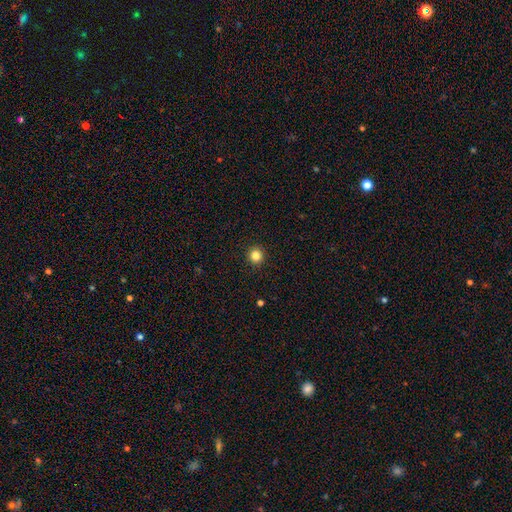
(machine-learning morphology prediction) smooth-or-featured: smooth: 84% | star or artifact: 11% | featured or disk: 4%
  how-rounded: round: 93% | in between: 6% | cigar-shaped: 1%
  merging: none: 93% | minor disturbance: 5% | major disturbance: 2% | merger: 1%